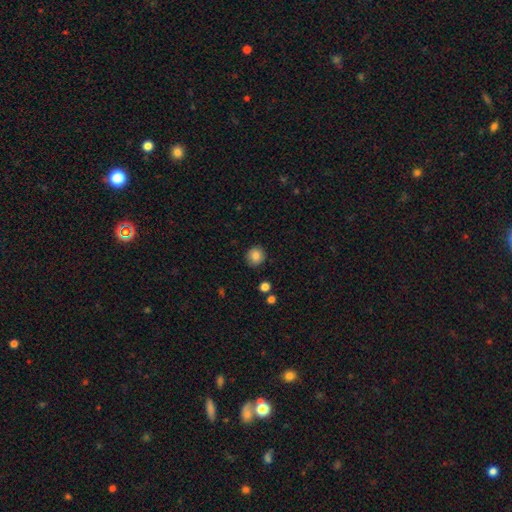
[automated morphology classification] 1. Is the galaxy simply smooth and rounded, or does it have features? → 85% smooth, 9% star or artifact, 6% featured or disk.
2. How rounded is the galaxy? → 89% round, 10% in between, 1% cigar-shaped.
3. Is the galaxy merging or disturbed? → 89% none, 7% minor disturbance, 2% major disturbance, 2% merger.